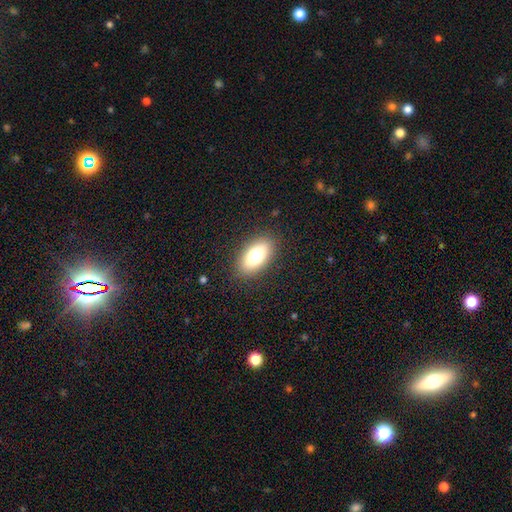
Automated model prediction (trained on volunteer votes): Smooth or featured: smooth — 77% (featured or disk — 15%)
How rounded: in between — 90% (cigar-shaped — 6%)
Merging: none — 86% (minor disturbance — 10%)